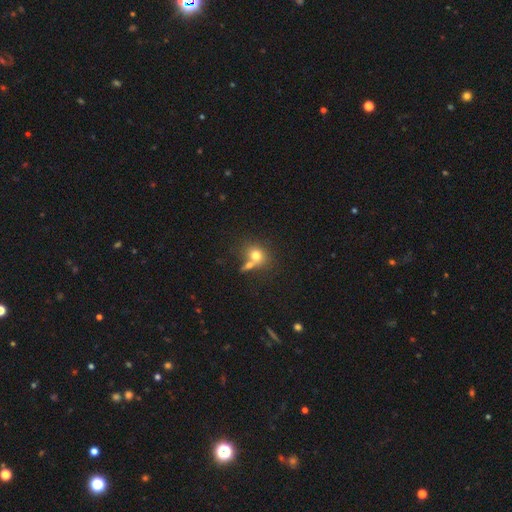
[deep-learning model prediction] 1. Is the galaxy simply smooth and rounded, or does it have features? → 74% smooth, 13% featured or disk, 12% star or artifact.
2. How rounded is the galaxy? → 68% round, 31% in between, 1% cigar-shaped.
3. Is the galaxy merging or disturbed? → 47% none, 36% merger, 11% minor disturbance, 6% major disturbance.